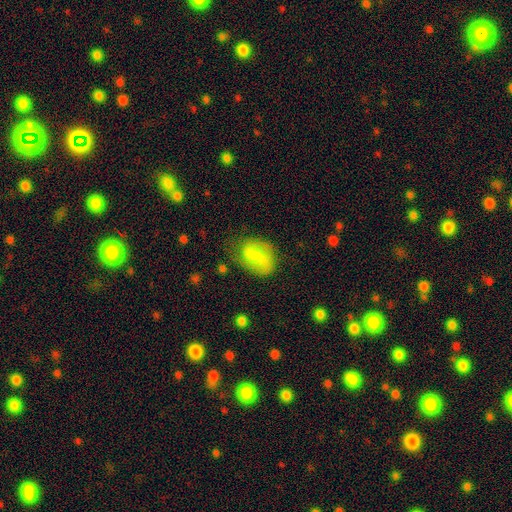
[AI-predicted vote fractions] The model was most divided on "smooth or featured": smooth: 60%, featured or disk: 32%, star or artifact: 8%. More confident: how rounded — in between (78%); merging — none (58%).